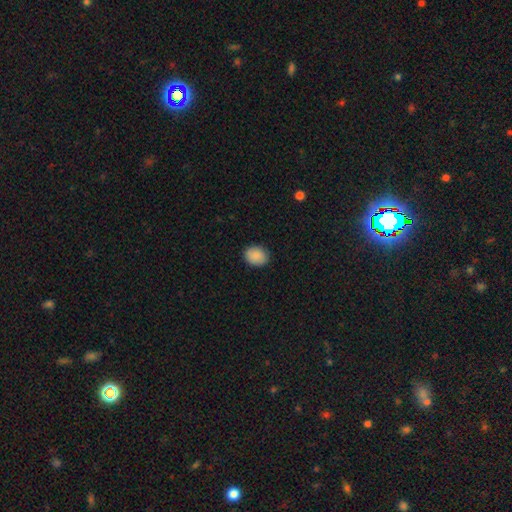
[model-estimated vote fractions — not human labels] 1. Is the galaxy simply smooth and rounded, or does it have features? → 89% smooth, 8% star or artifact, 3% featured or disk.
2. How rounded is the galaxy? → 51% round, 48% in between, 1% cigar-shaped.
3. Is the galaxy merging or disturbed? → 89% none, 8% minor disturbance, 2% major disturbance, 1% merger.